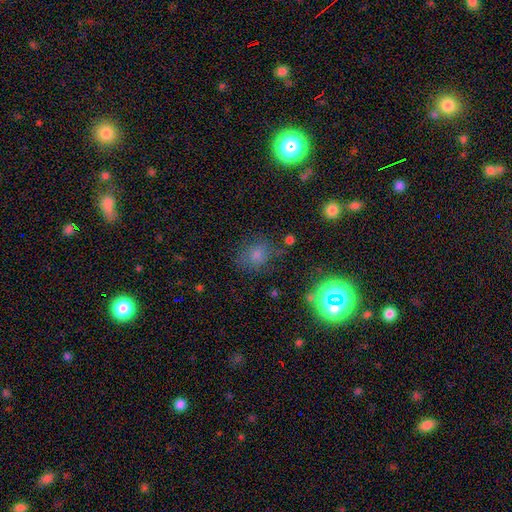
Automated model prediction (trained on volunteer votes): A smooth galaxy with no disk features (57%) that is round (63%). Merging: none (72%).